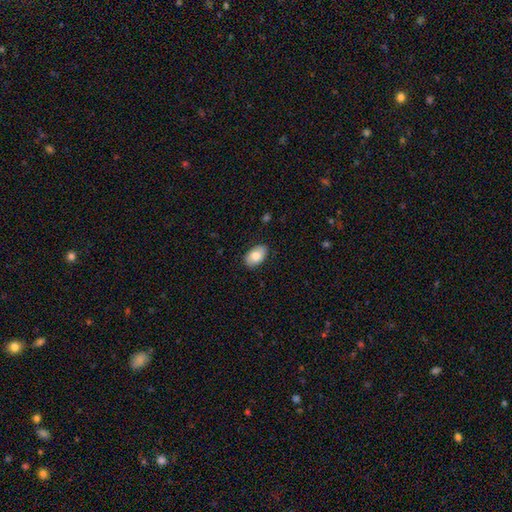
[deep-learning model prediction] This appears to be a smooth galaxy with no disk features (81%) that is in between round and cigar-shaped (91%). Merging: none (83%).